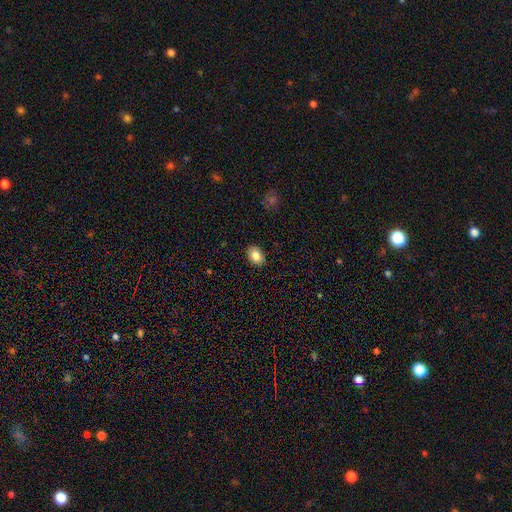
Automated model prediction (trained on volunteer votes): This is clearly a smooth galaxy (83%). How rounded: likely in between (73%). Merging: clearly none (88%).